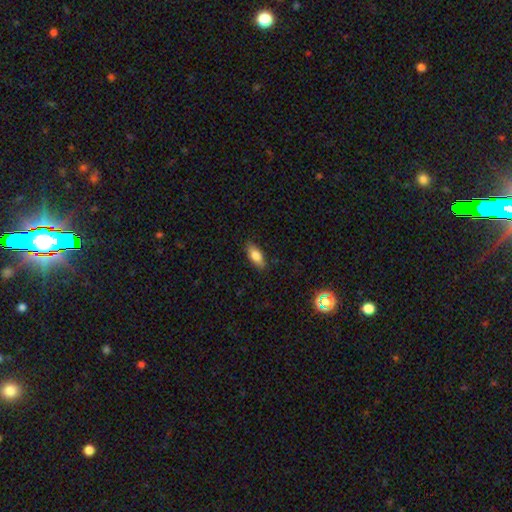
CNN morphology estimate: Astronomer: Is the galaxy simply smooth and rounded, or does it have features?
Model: smooth — 79%.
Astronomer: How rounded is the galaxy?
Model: in between — 81%.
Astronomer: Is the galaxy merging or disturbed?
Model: none — 84%.